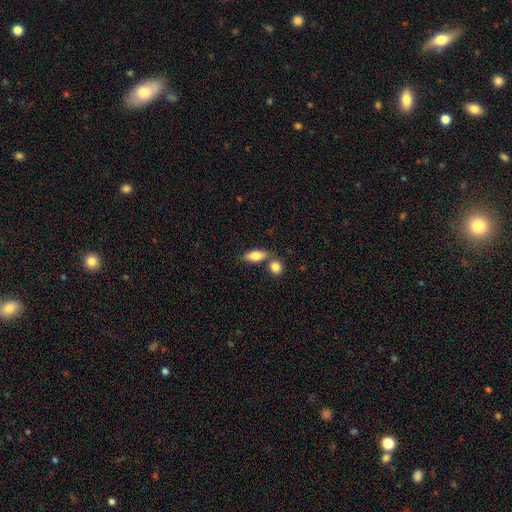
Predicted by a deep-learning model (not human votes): smooth_or_featured: smooth (p=0.79) [alt: featured or disk p=0.15]
how_rounded: in between (p=0.78) [alt: cigar-shaped p=0.17]
merging: none (p=0.63) [alt: merger p=0.23]